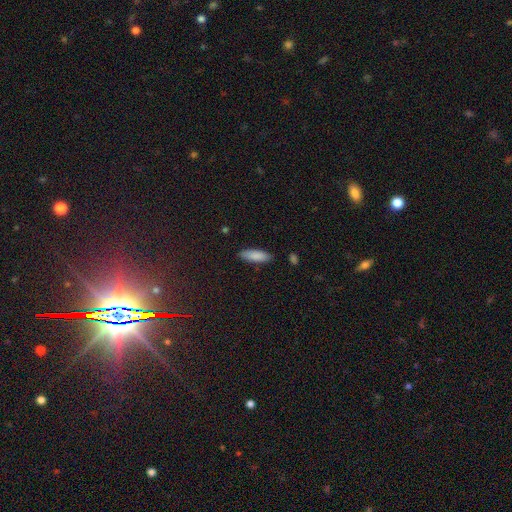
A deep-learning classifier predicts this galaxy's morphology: Q: Smooth or featured?
A: smooth (86%); runner-up: featured or disk (7%)
Q: How rounded?
A: in between (53%); runner-up: cigar-shaped (46%)
Q: Merging?
A: none (86%); runner-up: minor disturbance (10%)